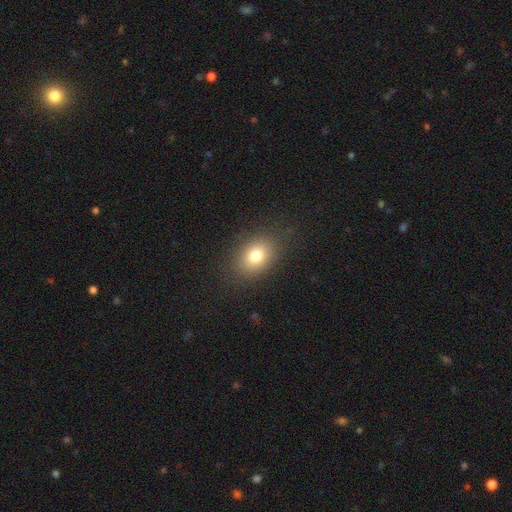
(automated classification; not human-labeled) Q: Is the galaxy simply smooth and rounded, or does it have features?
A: smooth — 79%.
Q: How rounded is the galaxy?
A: in between — 68%.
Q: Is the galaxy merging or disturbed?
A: none — 86%.